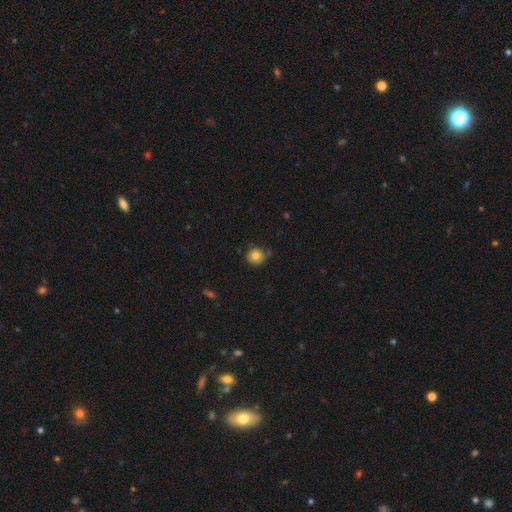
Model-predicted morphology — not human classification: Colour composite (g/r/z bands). It shows a smooth galaxy with no disk features (81%) that is round (89%). Merging: none (76%).